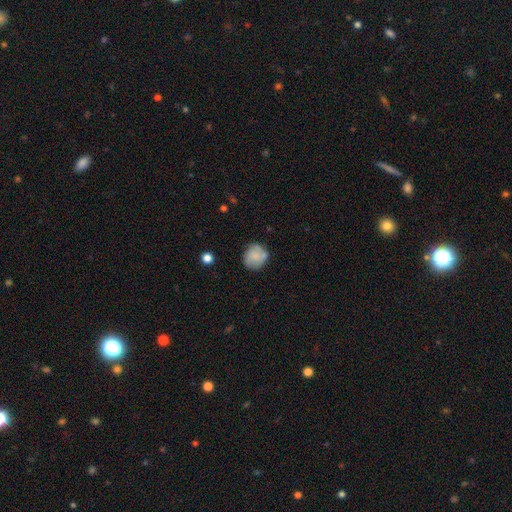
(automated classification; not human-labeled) smooth-or-featured: smooth: 70% | featured or disk: 22% | star or artifact: 8%
  how-rounded: round: 79% | in between: 20% | cigar-shaped: 1%
  merging: none: 65% | minor disturbance: 21% | merger: 8% | major disturbance: 7%